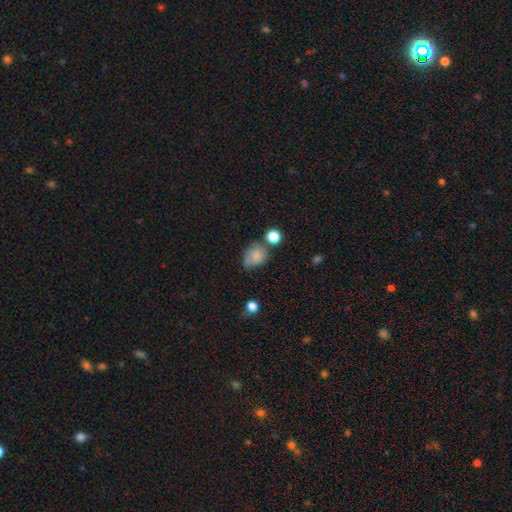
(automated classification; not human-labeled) This appears to be a smooth galaxy with no disk features (77%) that is in between round and cigar-shaped (55%). Merging: none (42%).